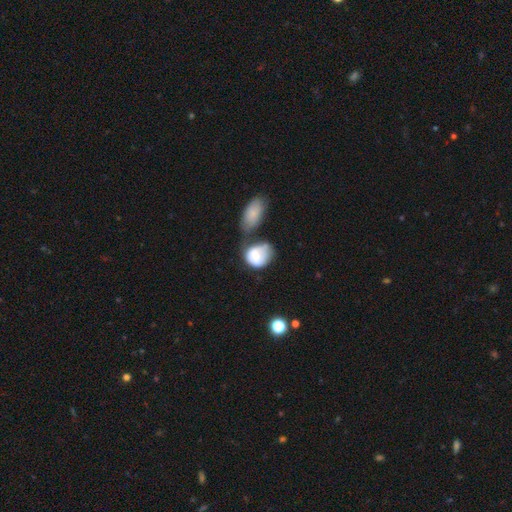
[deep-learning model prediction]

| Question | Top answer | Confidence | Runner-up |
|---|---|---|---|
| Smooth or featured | smooth | 69% | featured or disk (23%) |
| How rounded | round | 50% | in between (49%) |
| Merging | merger | 34% | minor disturbance (23%) |